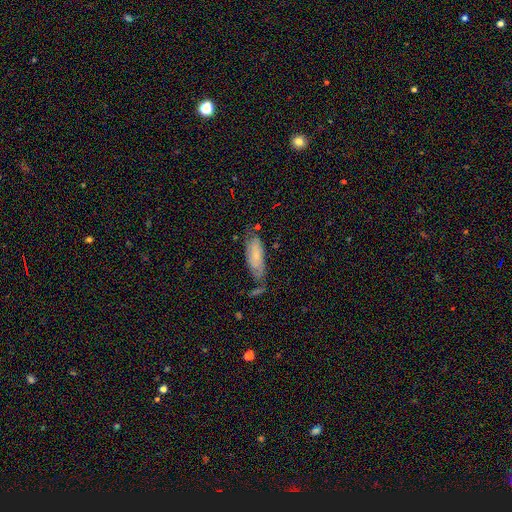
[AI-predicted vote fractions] The model was most divided on "smooth or featured": smooth: 51%, featured or disk: 41%, star or artifact: 8%. More confident: how rounded — in between (64%); merging — none (53%).